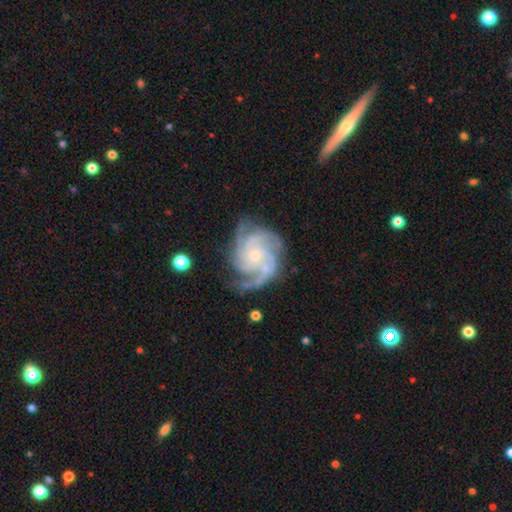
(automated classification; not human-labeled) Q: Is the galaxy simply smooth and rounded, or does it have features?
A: featured or disk — 90%.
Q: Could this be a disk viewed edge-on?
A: no — 98%.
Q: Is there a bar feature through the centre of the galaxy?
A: no — 72%.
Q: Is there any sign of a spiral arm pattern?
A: yes — 98%.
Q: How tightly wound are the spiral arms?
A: tight — 56%.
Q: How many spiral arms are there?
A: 4 — 38%.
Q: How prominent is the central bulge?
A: small — 70%.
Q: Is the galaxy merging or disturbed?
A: none — 71%.